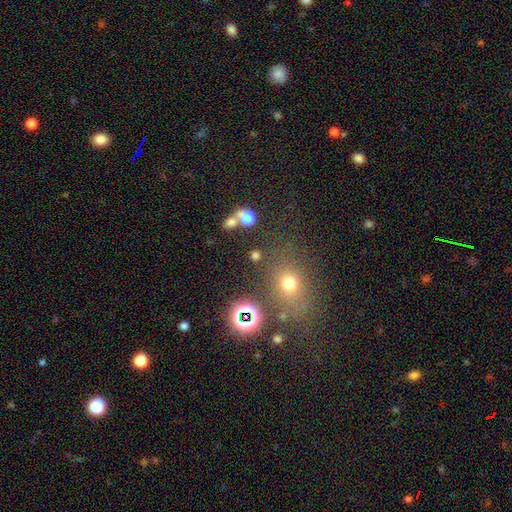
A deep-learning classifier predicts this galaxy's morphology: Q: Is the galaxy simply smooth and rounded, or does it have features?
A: smooth — 67%.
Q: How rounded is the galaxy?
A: round — 75%.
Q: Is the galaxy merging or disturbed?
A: none — 63%.